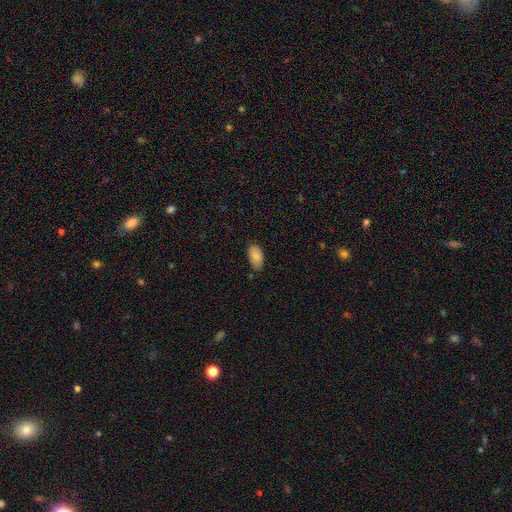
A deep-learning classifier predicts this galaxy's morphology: Smooth or featured? smooth (86%)
How rounded? in between (95%)
Merging? none (80%)